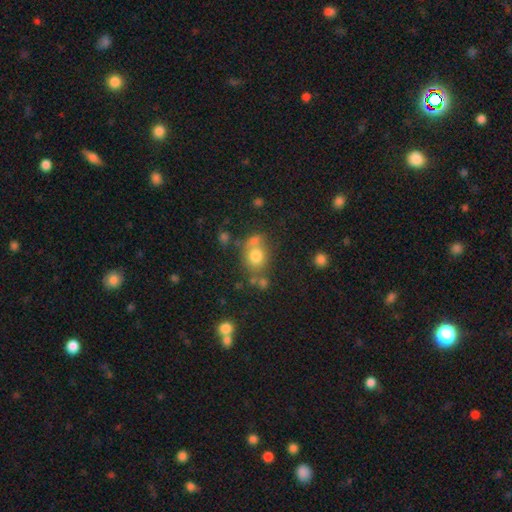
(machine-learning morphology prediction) Smooth or featured? Predicted: smooth (p=0.75). How rounded? Predicted: round (p=0.62). Merging? Predicted: none (p=0.54).